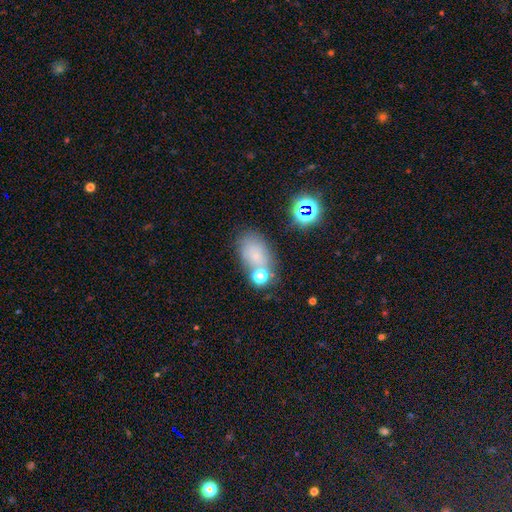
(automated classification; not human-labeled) Smooth or featured: smooth — 64% (star or artifact — 21%)
How rounded: in between — 82% (round — 16%)
Merging: none — 58% (minor disturbance — 17%)